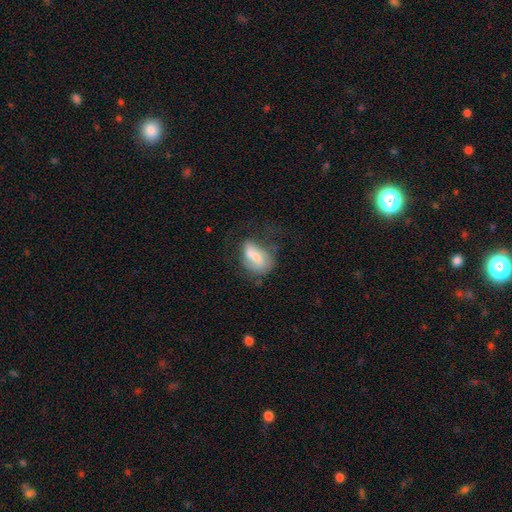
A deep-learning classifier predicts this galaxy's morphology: A smooth galaxy with no disk features (52%) that is in between round and cigar-shaped (82%).

Vote fractions:
- Smooth or featured? smooth: 52% / featured or disk: 38% / star or artifact: 10%
- How rounded? in between: 82% / round: 13% / cigar-shaped: 5%
- Merging? none: 36% / major disturbance: 27% / minor disturbance: 27% / merger: 10%